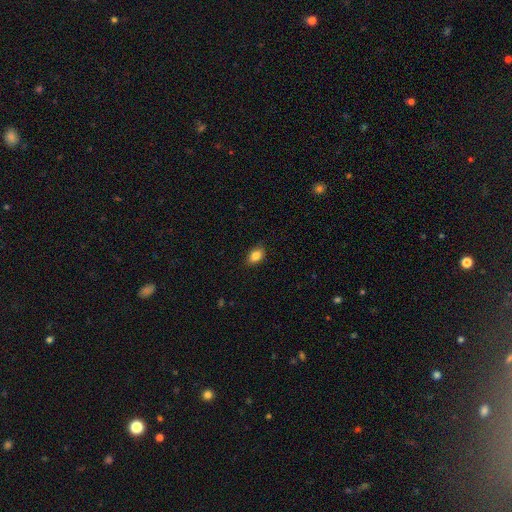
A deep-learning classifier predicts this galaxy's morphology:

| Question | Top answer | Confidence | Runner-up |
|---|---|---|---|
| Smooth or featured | smooth | 86% | star or artifact (8%) |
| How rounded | in between | 84% | round (14%) |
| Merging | none | 87% | minor disturbance (10%) |